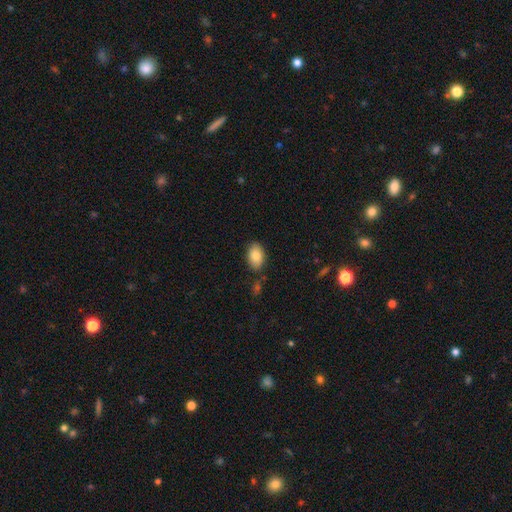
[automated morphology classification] Smooth or featured? Predicted: smooth (p=0.85). How rounded? Predicted: in between (p=0.89). Merging? Predicted: none (p=0.80).